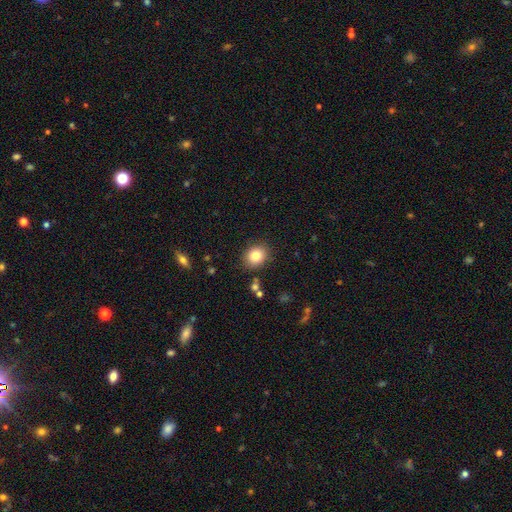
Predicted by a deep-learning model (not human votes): Smooth or featured: smooth — 83% (star or artifact — 10%)
How rounded: round — 60% (in between — 39%)
Merging: none — 85% (minor disturbance — 10%)